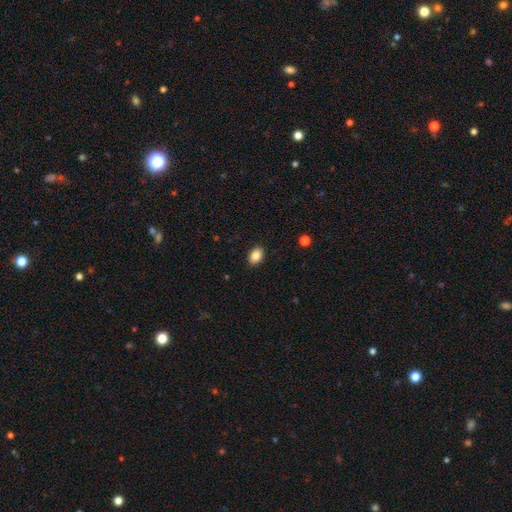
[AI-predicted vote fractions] Smooth or featured: smooth — 85% (star or artifact — 9%)
How rounded: in between — 80% (round — 19%)
Merging: none — 89% (minor disturbance — 8%)